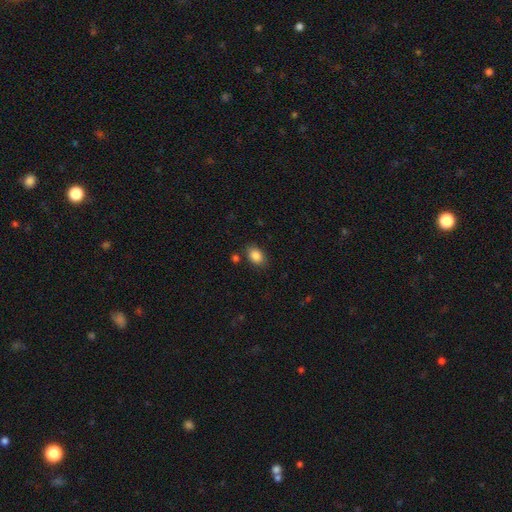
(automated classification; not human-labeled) Overall: smooth (87%). How rounded: in between (77%). Merging: none (81%).